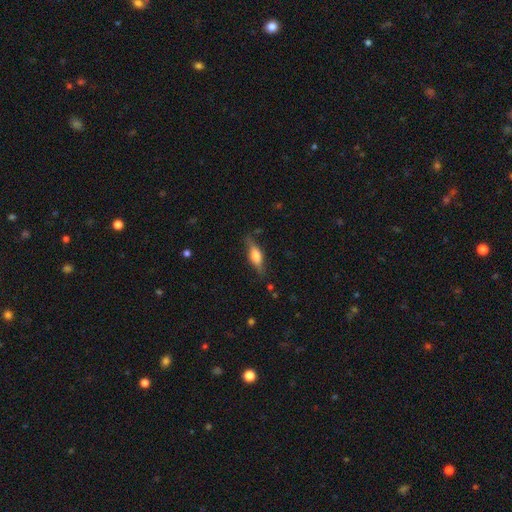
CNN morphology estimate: The model was most divided on "smooth or featured": smooth: 48%, featured or disk: 45%, star or artifact: 7%. More confident: merging — none (77%).